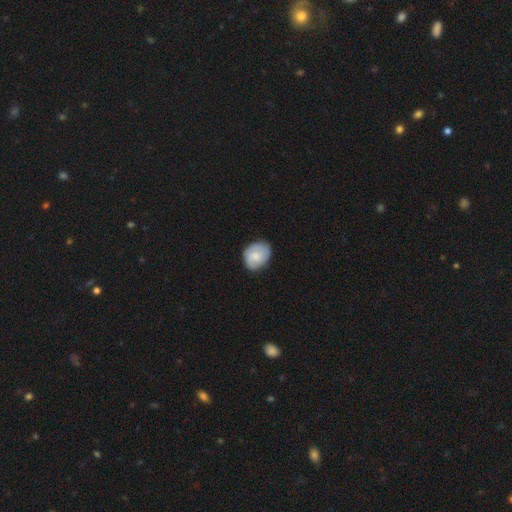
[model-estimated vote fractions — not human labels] smooth-or-featured: smooth: 62% | featured or disk: 32% | star or artifact: 6%
  how-rounded: round: 51% | in between: 48% | cigar-shaped: 1%
  merging: none: 72% | minor disturbance: 22% | major disturbance: 5% | merger: 1%